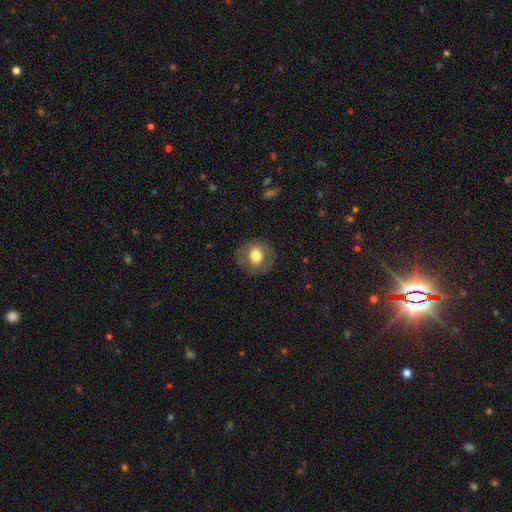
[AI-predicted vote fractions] A smooth galaxy with no disk features (66%) that is round (82%). Merging: none (83%).